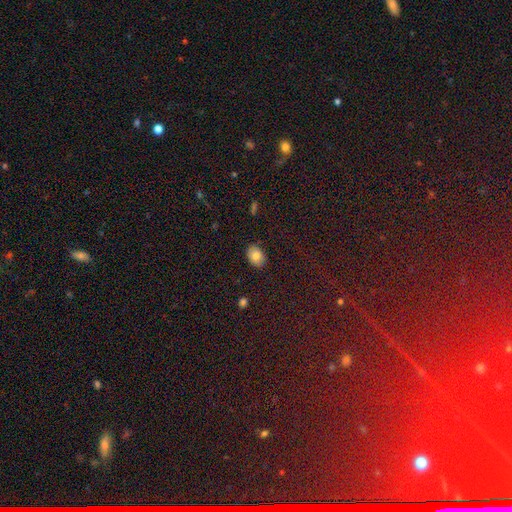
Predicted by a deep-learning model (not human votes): Smooth or featured? smooth (79%)
How rounded? in between (80%)
Merging? none (85%)